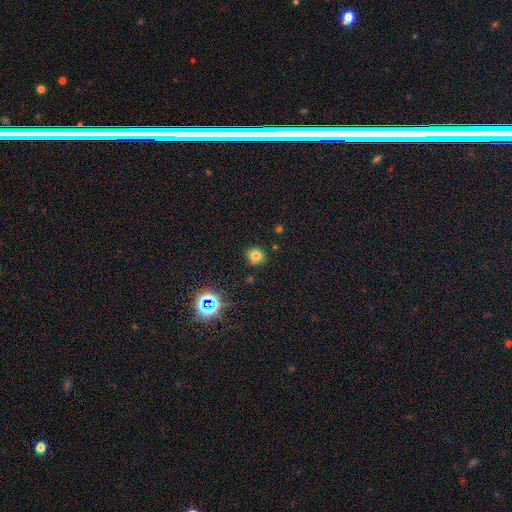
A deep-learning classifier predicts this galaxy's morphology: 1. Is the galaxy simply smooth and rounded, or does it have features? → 73% smooth, 18% star or artifact, 9% featured or disk.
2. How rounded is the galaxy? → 70% round, 29% in between, 1% cigar-shaped.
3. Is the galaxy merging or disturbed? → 77% none, 12% minor disturbance, 8% merger, 3% major disturbance.